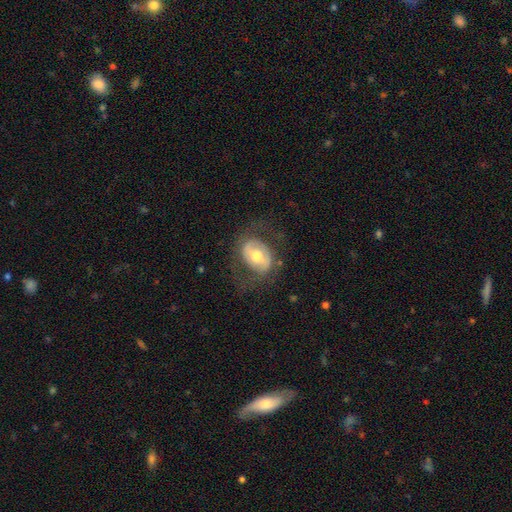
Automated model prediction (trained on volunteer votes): This is possibly a featured or disk galaxy (59%). It is clearly not viewed edge-on (95%). Bar: marginally no (40%). Spiral arm pattern: possibly yes (53%). Central bulge: likely moderate (72%). Merging: likely none (66%).